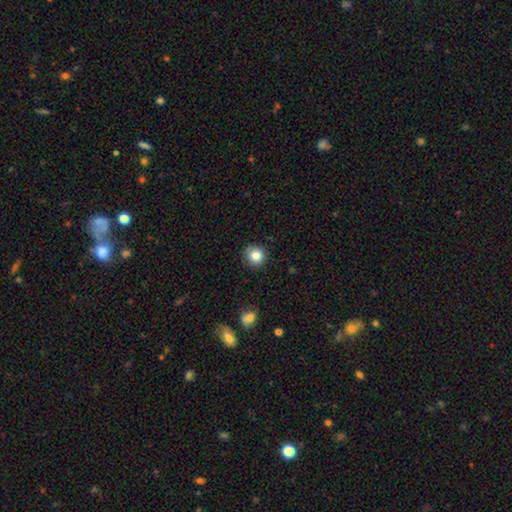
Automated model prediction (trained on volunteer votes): Overall: smooth (82%). How rounded: round (92%). Merging: none (89%).